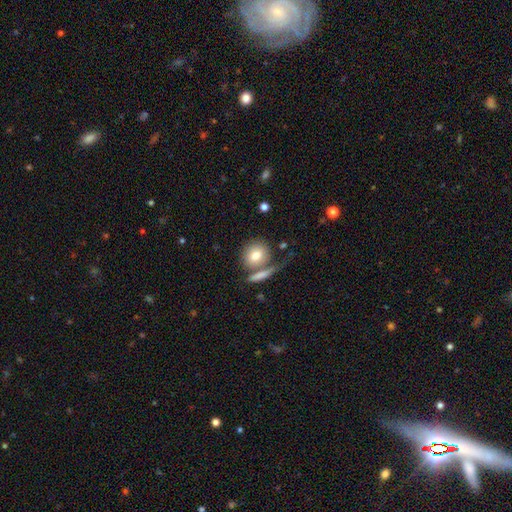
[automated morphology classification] smooth_or_featured: smooth (p=0.77) [alt: featured or disk p=0.16]
how_rounded: round (p=0.74) [alt: in between p=0.23]
merging: none (p=0.57) [alt: merger p=0.24]